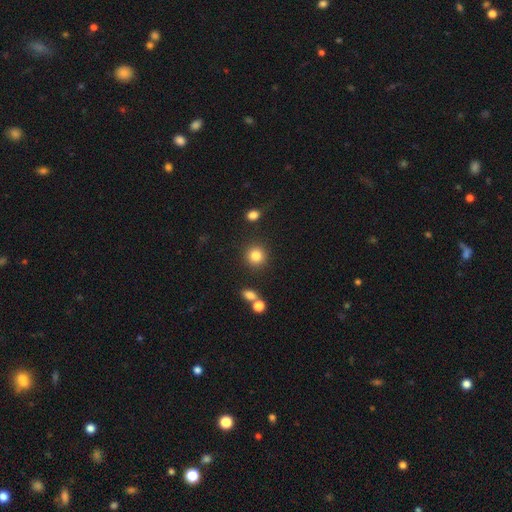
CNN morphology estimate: Smooth or featured?
  - smooth: 83% *
  - star or artifact: 11%
  - featured or disk: 6%
How rounded?
  - round: 90% *
  - in between: 9%
  - cigar-shaped: 1%
Merging?
  - none: 86% *
  - minor disturbance: 7%
  - merger: 4%
  - major disturbance: 3%